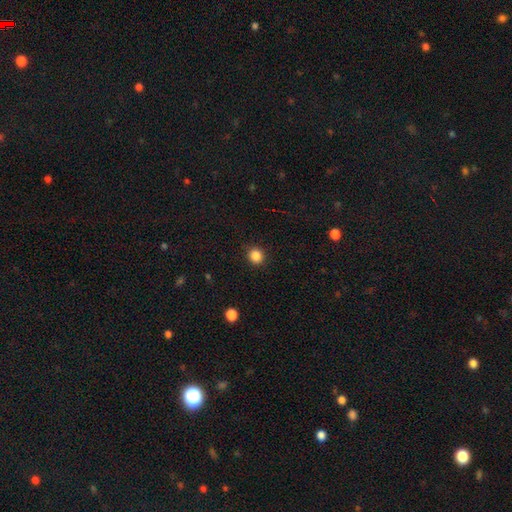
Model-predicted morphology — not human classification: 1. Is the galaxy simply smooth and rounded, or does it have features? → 86% smooth, 11% star or artifact, 3% featured or disk.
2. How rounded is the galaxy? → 85% round, 14% in between, 1% cigar-shaped.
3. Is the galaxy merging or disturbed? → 90% none, 7% minor disturbance, 2% major disturbance, 1% merger.